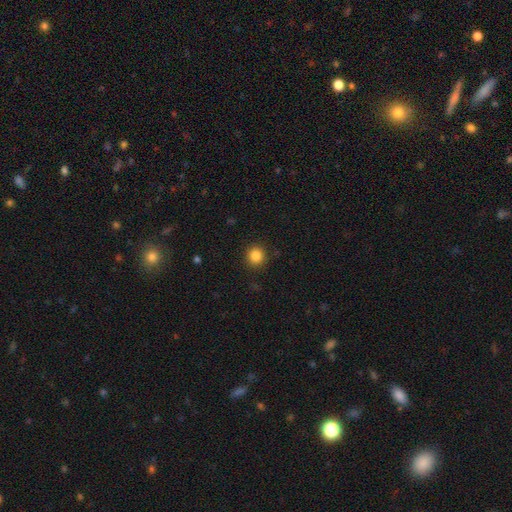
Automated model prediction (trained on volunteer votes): Morphology: type=smooth (86%); roundness=round (92%); merging=none (91%).